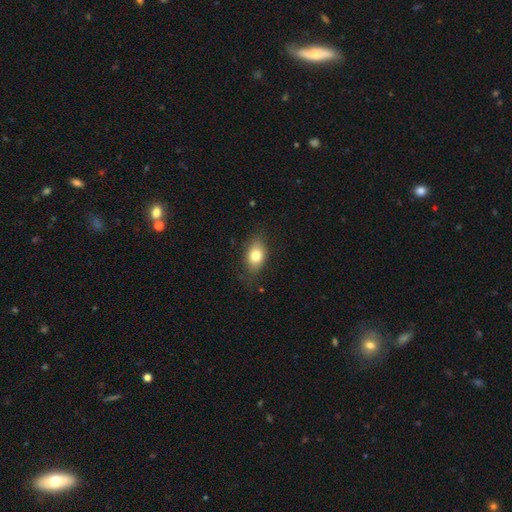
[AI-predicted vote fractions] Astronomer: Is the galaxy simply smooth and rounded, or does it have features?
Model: smooth — 77%.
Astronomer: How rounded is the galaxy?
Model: in between — 80%.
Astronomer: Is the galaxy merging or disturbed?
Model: none — 76%.